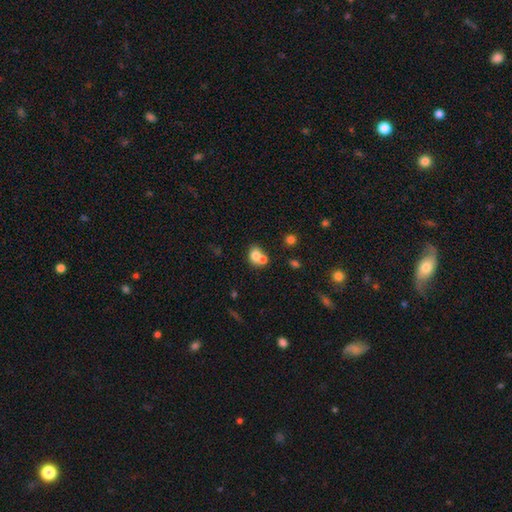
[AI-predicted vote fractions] Q: Smooth or featured?
A: smooth (74%); runner-up: featured or disk (16%)
Q: How rounded?
A: round (60%); runner-up: in between (39%)
Q: Merging?
A: merger (57%); runner-up: none (32%)